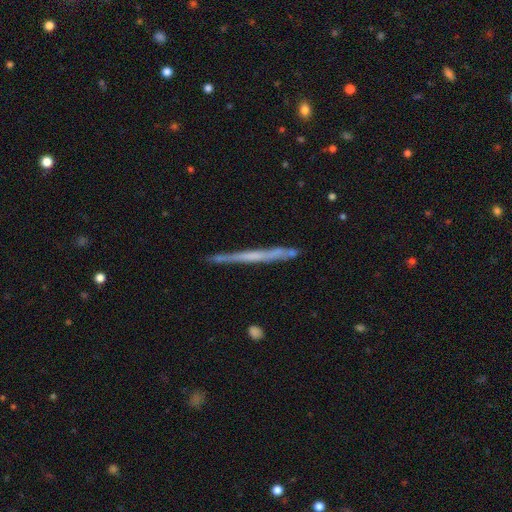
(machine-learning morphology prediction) Smooth or featured?
  - featured or disk: 57% *
  - smooth: 36%
  - star or artifact: 6%
Edge-on disk?
  - yes: 96% *
  - no: 4%
Edge-on bulge?
  - none: 83% *
  - rounded: 10%
  - boxy: 7%
Merging?
  - none: 82% *
  - minor disturbance: 13%
  - merger: 3%
  - major disturbance: 2%